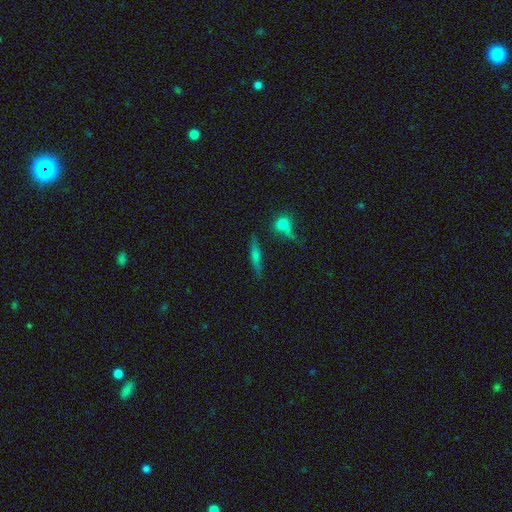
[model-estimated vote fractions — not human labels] smooth 45%, featured or disk 44%, star or artifact 11%. Down the decision tree: merging — none (78%).